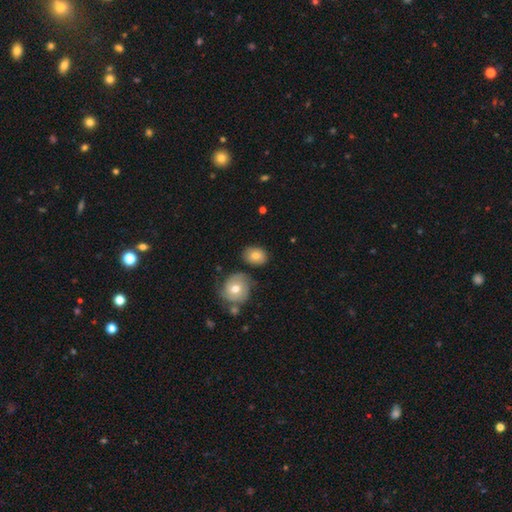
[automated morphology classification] This appears to be a smooth galaxy with no disk features (76%) that is in between round and cigar-shaped (55%). Merging: none (74%).